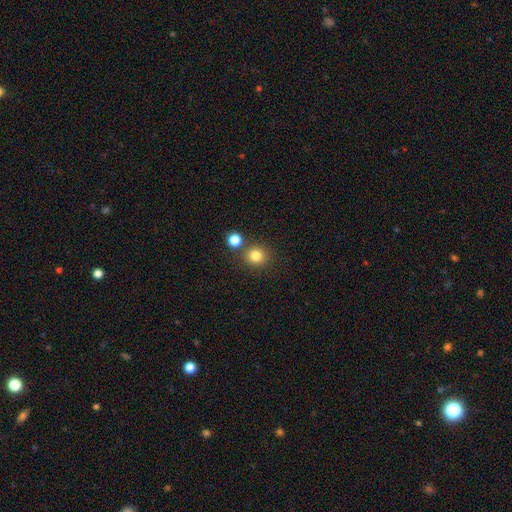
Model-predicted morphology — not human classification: This is clearly a smooth galaxy (80%). How rounded: clearly round (91%). Merging: likely none (79%).